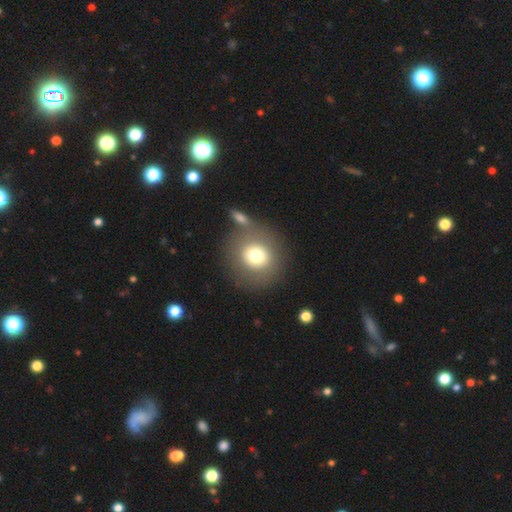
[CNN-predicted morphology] Smooth or featured? smooth (72%)
How rounded? round (90%)
Merging? none (69%)